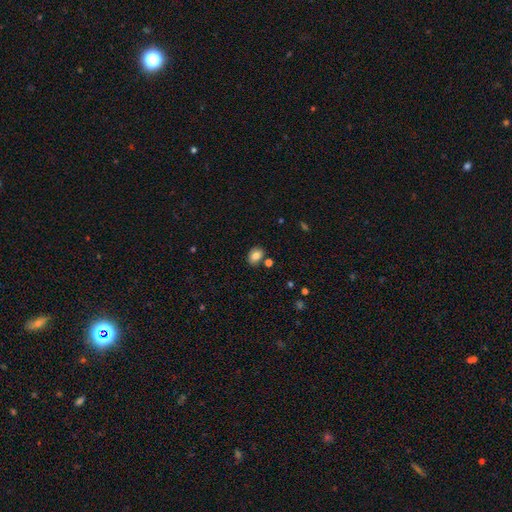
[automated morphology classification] Q: Smooth or featured?
A: smooth (83%); runner-up: star or artifact (10%)
Q: How rounded?
A: in between (69%); runner-up: round (29%)
Q: Merging?
A: none (76%); runner-up: minor disturbance (13%)